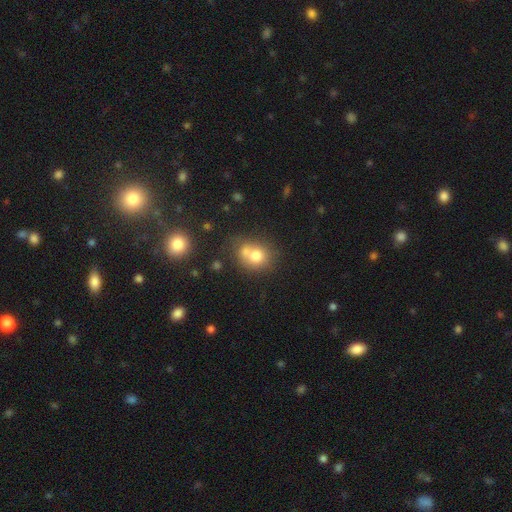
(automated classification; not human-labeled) Smooth or featured? Predicted: smooth (p=0.72). How rounded? Predicted: round (p=0.70). Merging? Predicted: merger (p=0.42).